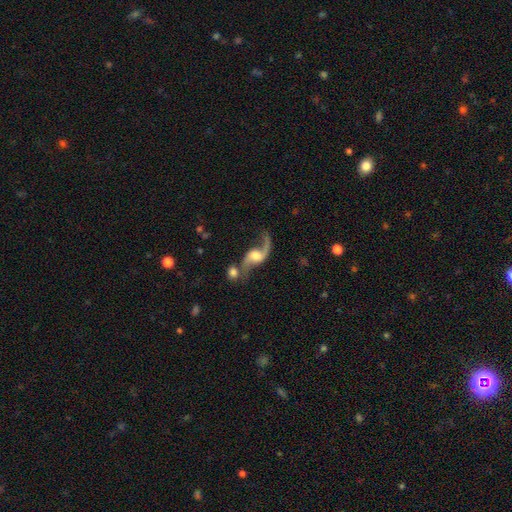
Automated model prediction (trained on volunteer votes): Morphology: type=featured or disk (83%); edge-on=no (94%); bar=no (50%); spiral arms=yes (94%); winding=loose (88%); arm count=2 (87%); bulge=moderate (47%); merging=none (42%).